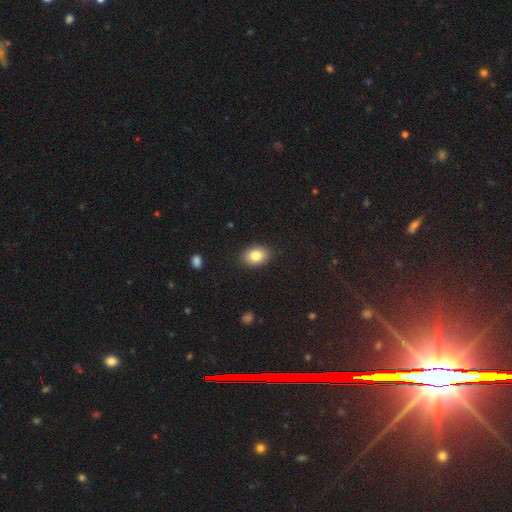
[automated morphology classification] A smooth galaxy with no disk features (83%) that is in between round and cigar-shaped (77%). Merging: none (88%).